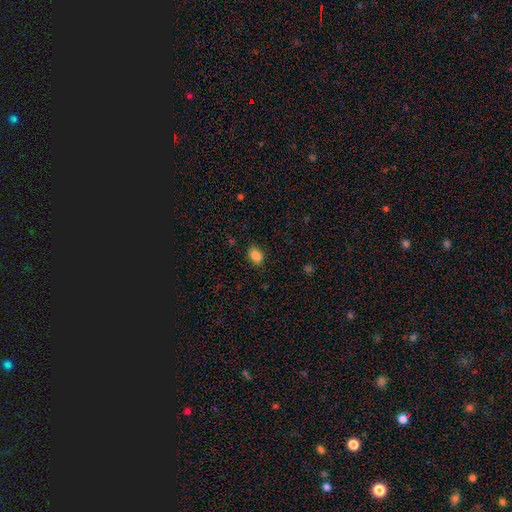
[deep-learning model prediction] This is clearly a smooth galaxy (87%). How rounded: likely in between (79%). Merging: clearly none (82%).